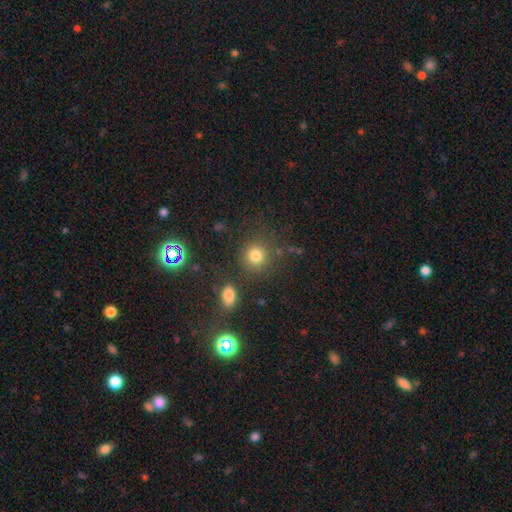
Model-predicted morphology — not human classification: smooth-or-featured: smooth: 79% | star or artifact: 14% | featured or disk: 7%
  how-rounded: round: 87% | in between: 12% | cigar-shaped: 1%
  merging: none: 79% | minor disturbance: 10% | merger: 6% | major disturbance: 5%